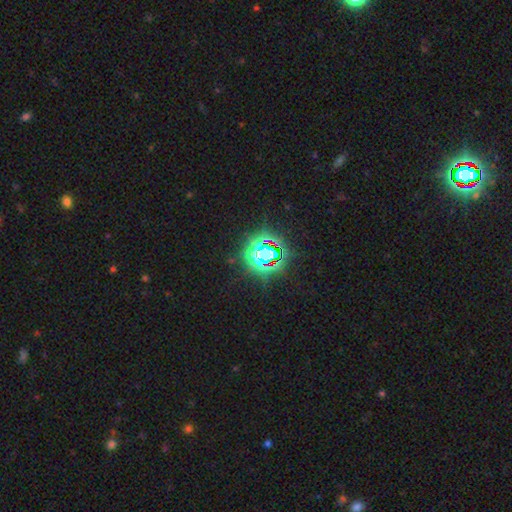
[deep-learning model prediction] Smooth or featured?
  - star or artifact: 82% *
  - smooth: 12%
  - featured or disk: 6%